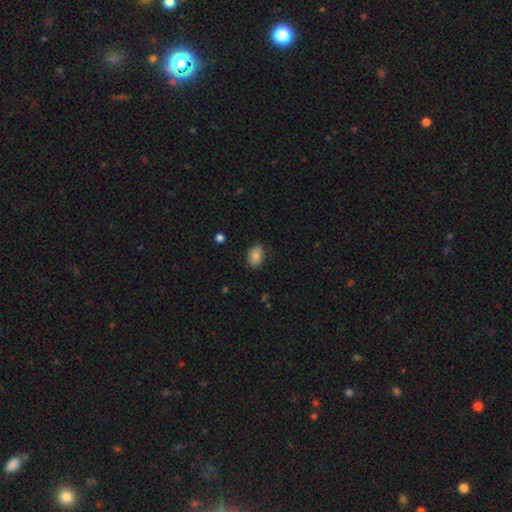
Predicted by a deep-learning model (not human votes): Smooth or featured: smooth — 78% (featured or disk — 14%)
How rounded: in between — 74% (round — 25%)
Merging: none — 79% (minor disturbance — 17%)